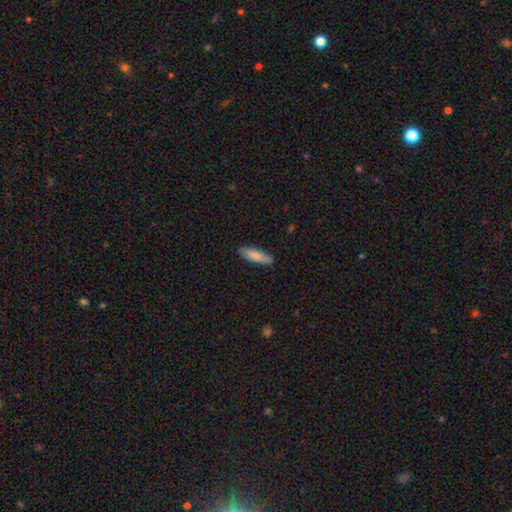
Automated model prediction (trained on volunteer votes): Smooth or featured?
  - smooth: 82% *
  - featured or disk: 12%
  - star or artifact: 5%
How rounded?
  - cigar-shaped: 69% *
  - in between: 30%
  - round: 2%
Merging?
  - none: 86% *
  - minor disturbance: 11%
  - major disturbance: 2%
  - merger: 1%